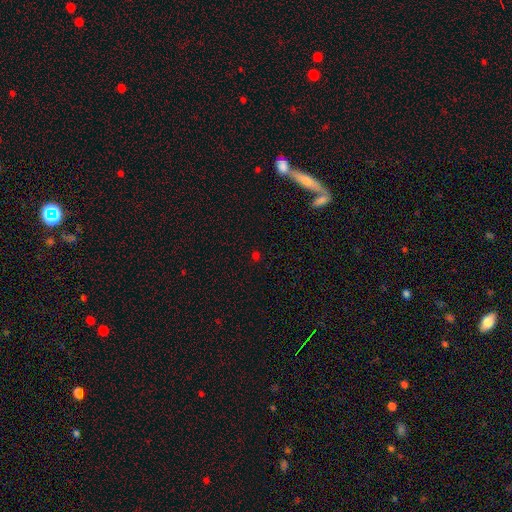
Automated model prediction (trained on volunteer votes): This is possibly a smooth galaxy (49%). Merging: clearly none (80%).